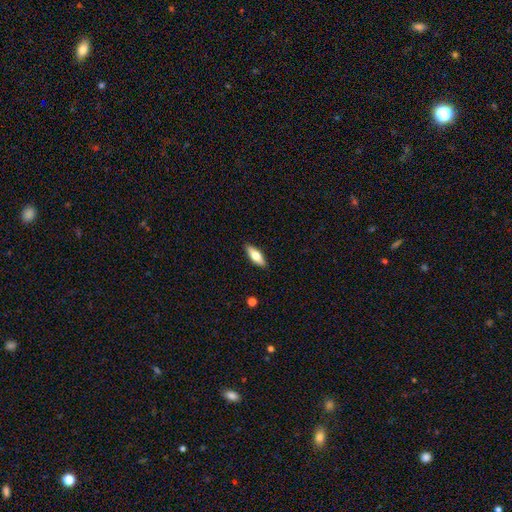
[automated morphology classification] Smooth or featured: smooth — 66% (featured or disk — 28%)
How rounded: in between — 58% (cigar-shaped — 39%)
Merging: none — 89% (minor disturbance — 8%)